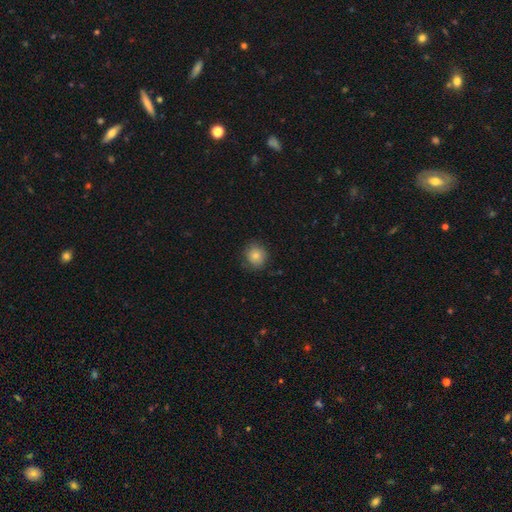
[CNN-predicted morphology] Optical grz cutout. It shows a smooth galaxy with no disk features (81%) that is round (85%). Merging: none (82%).